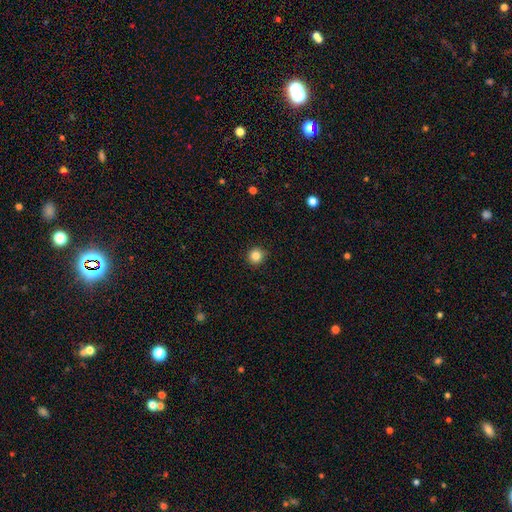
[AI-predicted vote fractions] This is clearly a smooth galaxy (85%). How rounded: clearly round (93%). Merging: clearly none (90%).